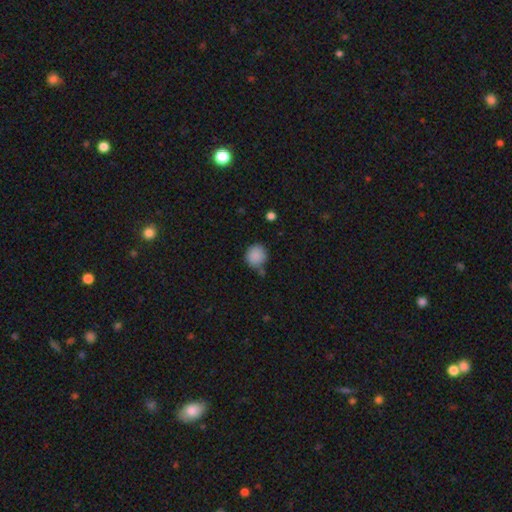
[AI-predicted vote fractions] Smooth or featured? Predicted: smooth (p=0.88). How rounded? Predicted: round (p=0.89). Merging? Predicted: none (p=0.75).